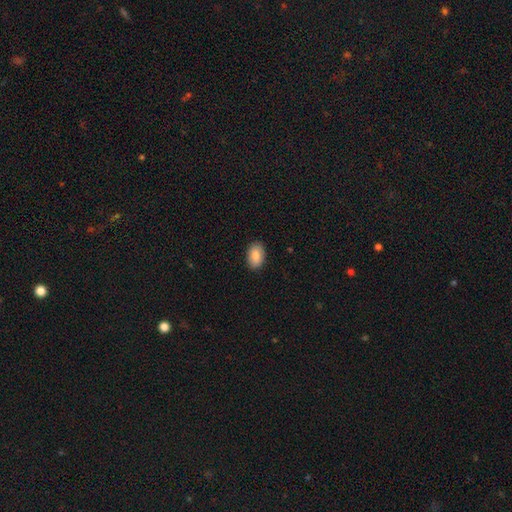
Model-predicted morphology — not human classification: smooth-or-featured: smooth: 87% | star or artifact: 6% | featured or disk: 6%
  how-rounded: in between: 91% | round: 8% | cigar-shaped: 1%
  merging: none: 89% | minor disturbance: 8% | major disturbance: 2% | merger: 1%